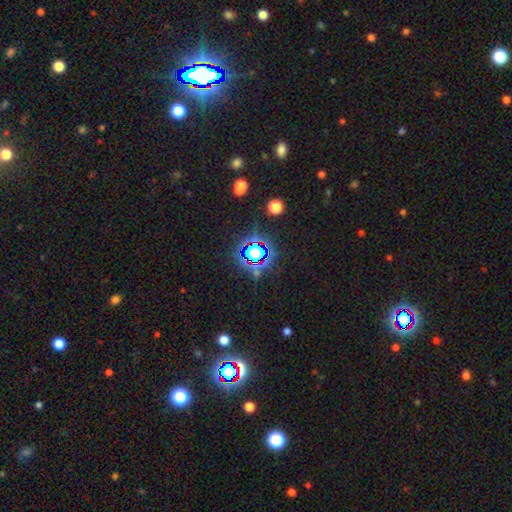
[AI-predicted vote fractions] This appears to be a star or artifact, not a galaxy (71%).